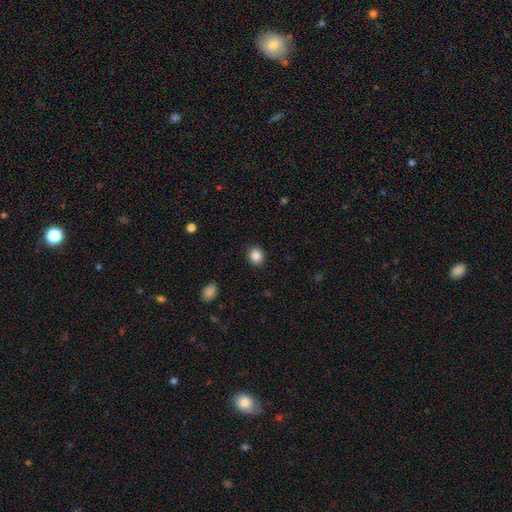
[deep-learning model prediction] This is clearly a smooth galaxy (86%). How rounded: likely round (73%). Merging: clearly none (90%).